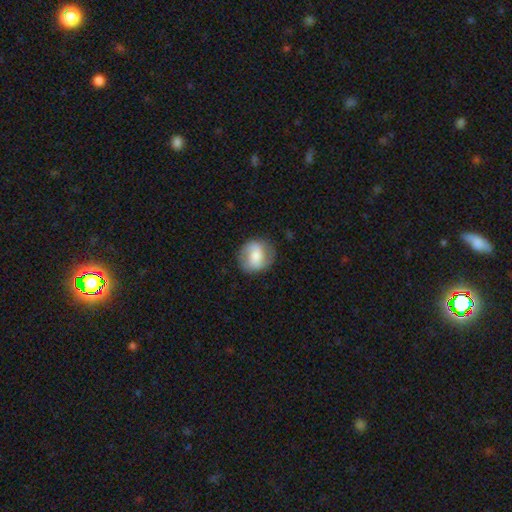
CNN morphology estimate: Smooth or featured? Predicted: smooth (p=0.47). Merging? Predicted: none (p=0.79).